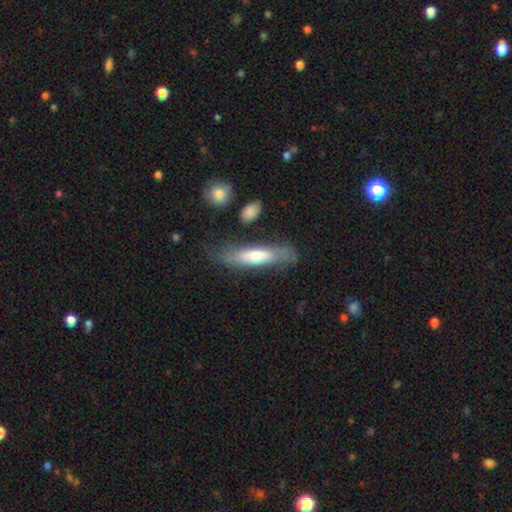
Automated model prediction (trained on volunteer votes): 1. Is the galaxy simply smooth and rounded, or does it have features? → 57% smooth, 37% featured or disk, 6% star or artifact.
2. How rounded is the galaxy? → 76% cigar-shaped, 22% in between, 1% round.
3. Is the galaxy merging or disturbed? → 69% none, 19% minor disturbance, 8% major disturbance, 4% merger.